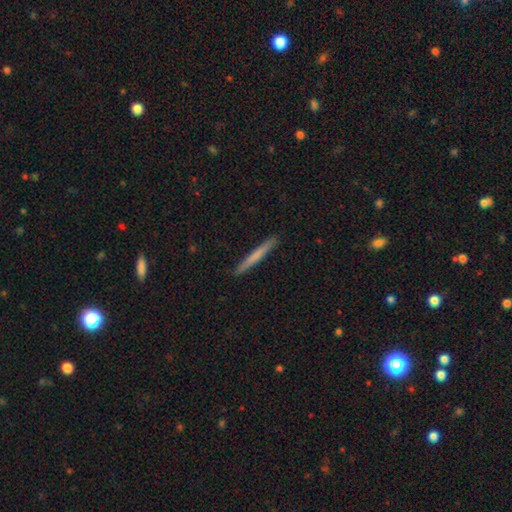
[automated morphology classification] A smooth galaxy with no disk features (64%) that is cigar-shaped (97%). Merging: none (92%).